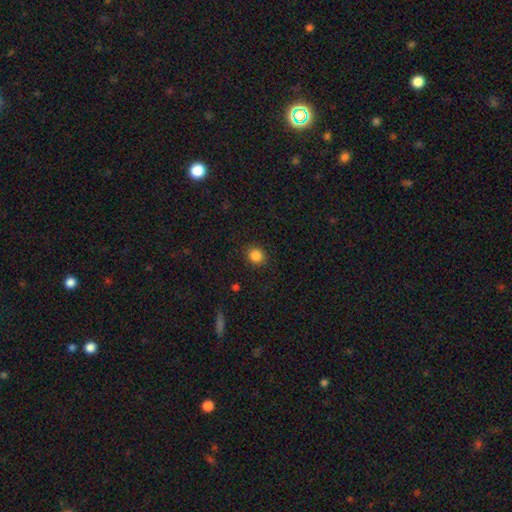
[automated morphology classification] Q: Smooth or featured?
A: smooth (85%); runner-up: star or artifact (11%)
Q: How rounded?
A: round (87%); runner-up: in between (12%)
Q: Merging?
A: none (90%); runner-up: minor disturbance (7%)